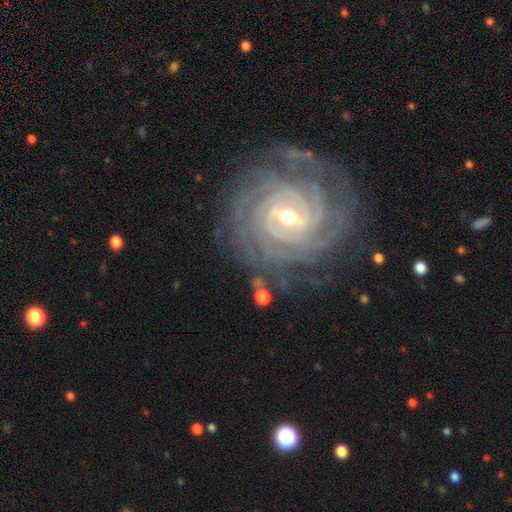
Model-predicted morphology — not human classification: The model was most divided on "bar": strong: 46%, weak: 41%, no: 12%. Remaining: spiral arms — yes (99%); edge-on disk — no (98%); smooth or featured — featured or disk (92%); spiral winding — tight (86%); merging — none (82%); bulge size — small (53%); spiral arm count — 4 (29%).